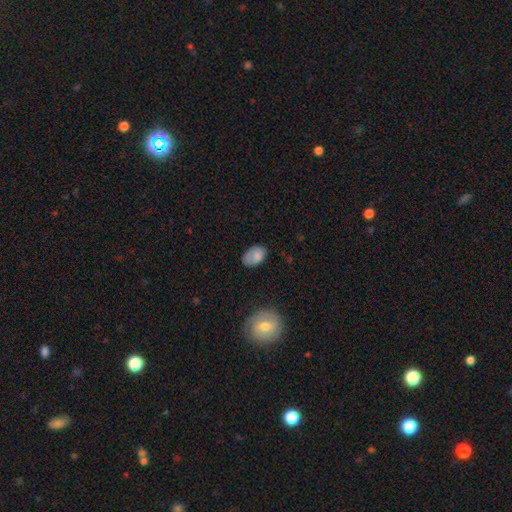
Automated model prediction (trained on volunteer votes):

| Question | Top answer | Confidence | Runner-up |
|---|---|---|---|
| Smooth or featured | smooth | 80% | featured or disk (12%) |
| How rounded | in between | 87% | round (11%) |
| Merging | none | 63% | minor disturbance (27%) |